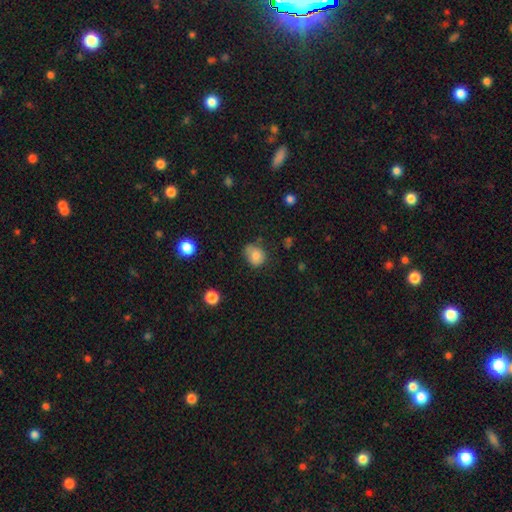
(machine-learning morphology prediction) type=smooth (80%); roundness=round (56%); merging=none (55%).